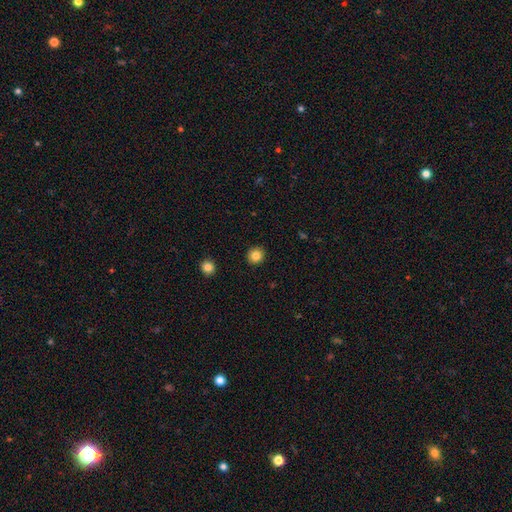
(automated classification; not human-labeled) Morphology: type=smooth (84%); roundness=round (90%); merging=none (92%).